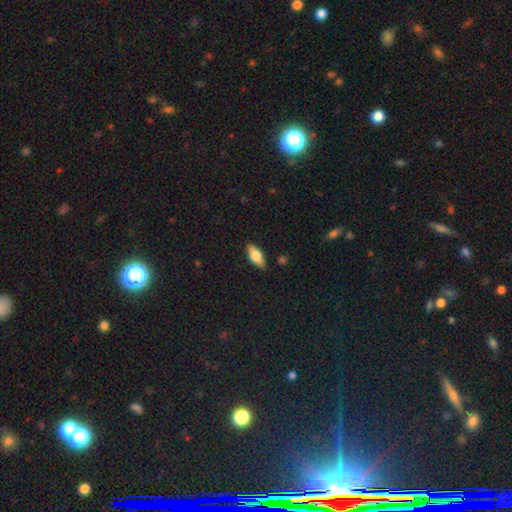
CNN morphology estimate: Q: Smooth or featured?
A: smooth (58%); runner-up: featured or disk (35%)
Q: How rounded?
A: in between (78%); runner-up: cigar-shaped (18%)
Q: Merging?
A: none (86%); runner-up: minor disturbance (10%)